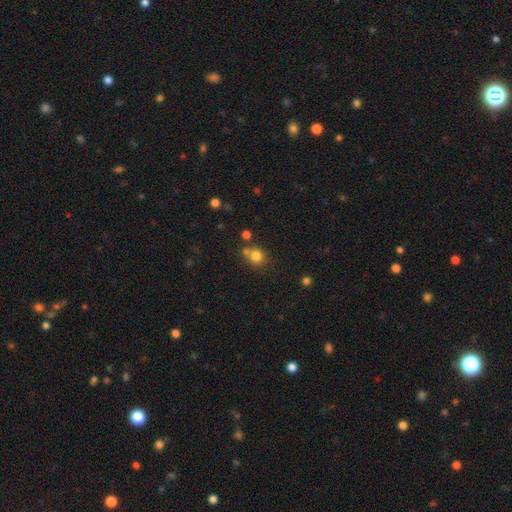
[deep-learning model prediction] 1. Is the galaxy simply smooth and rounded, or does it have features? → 79% smooth, 14% star or artifact, 7% featured or disk.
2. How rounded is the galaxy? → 84% round, 15% in between, 1% cigar-shaped.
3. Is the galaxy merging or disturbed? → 61% none, 26% merger, 10% minor disturbance, 4% major disturbance.